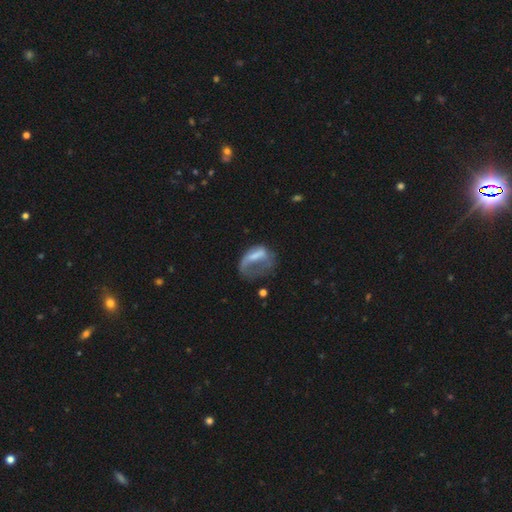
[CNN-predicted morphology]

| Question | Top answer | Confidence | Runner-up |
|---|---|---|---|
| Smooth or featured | smooth | 45% | tied: featured or disk (45%) |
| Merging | major disturbance | 57% | none (22%) |